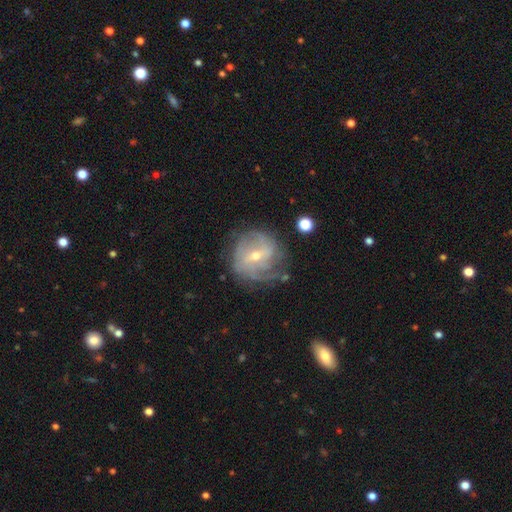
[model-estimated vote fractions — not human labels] Morphology: type=featured or disk (80%); edge-on=no (96%); bar=weak (51%); spiral arms=yes (90%); winding=tight (45%); arm count=can't tell (35%); bulge=small (57%); merging=none (69%).